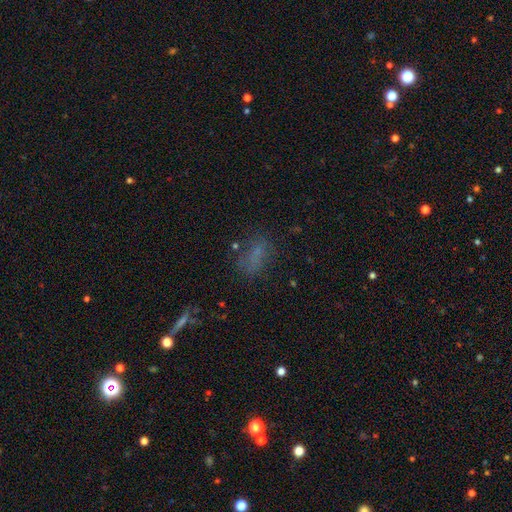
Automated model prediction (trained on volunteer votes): Smooth or featured: smooth — 63% (star or artifact — 23%)
How rounded: in between — 78% (round — 12%)
Merging: none — 65% (minor disturbance — 18%)